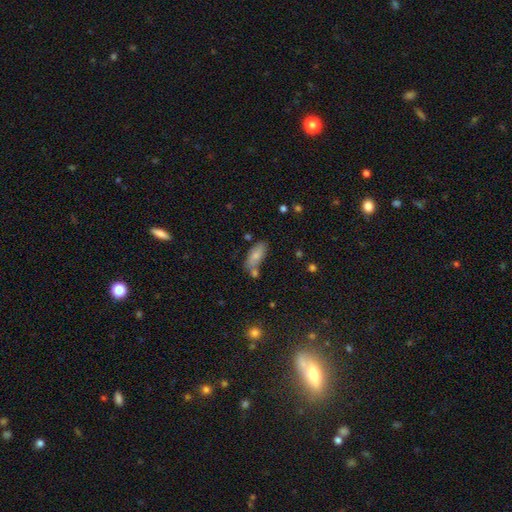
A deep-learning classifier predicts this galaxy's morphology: Smooth or featured? smooth (77%)
How rounded? in between (84%)
Merging? none (60%)